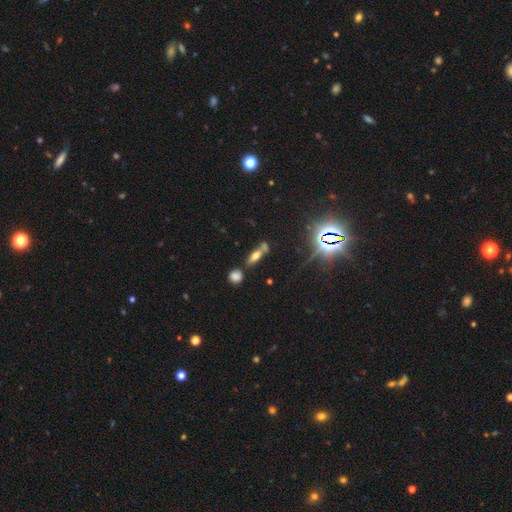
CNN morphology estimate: A smooth galaxy with no disk features (50%) that is in between round and cigar-shaped (47%).

Vote fractions:
- Smooth or featured? smooth: 50% / featured or disk: 29% / star or artifact: 20%
- How rounded? in between: 47% / cigar-shaped: 46% / round: 7%
- Merging? none: 52% / merger: 28% / minor disturbance: 13% / major disturbance: 6%